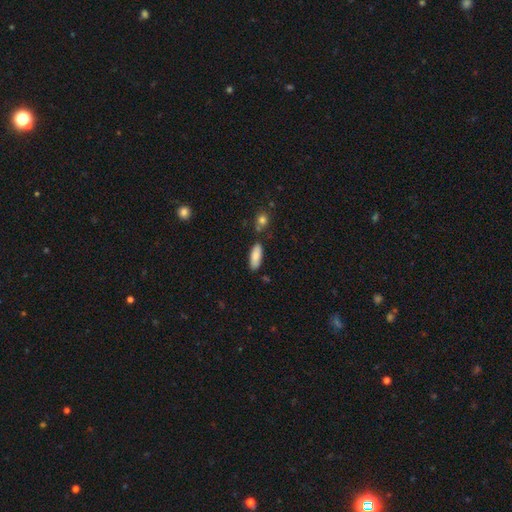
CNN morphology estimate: type=smooth (85%); roundness=in between (72%); merging=none (81%).